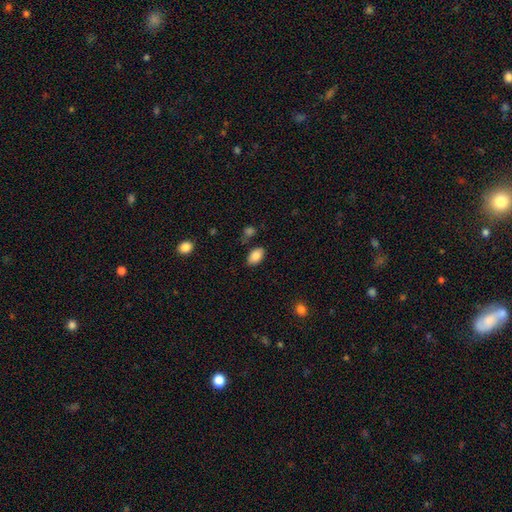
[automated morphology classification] smooth-or-featured: smooth: 85% | star or artifact: 7% | featured or disk: 7%
  how-rounded: in between: 91% | round: 8% | cigar-shaped: 1%
  merging: none: 80% | minor disturbance: 13% | merger: 4% | major disturbance: 3%